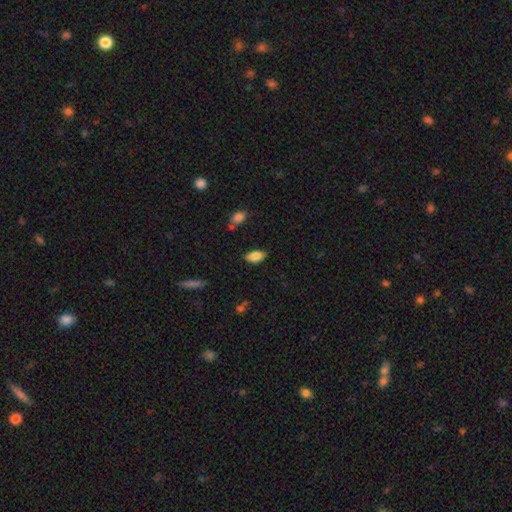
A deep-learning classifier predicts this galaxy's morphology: Q: Smooth or featured?
A: smooth (84%); runner-up: featured or disk (9%)
Q: How rounded?
A: in between (89%); runner-up: cigar-shaped (8%)
Q: Merging?
A: none (82%); runner-up: minor disturbance (13%)